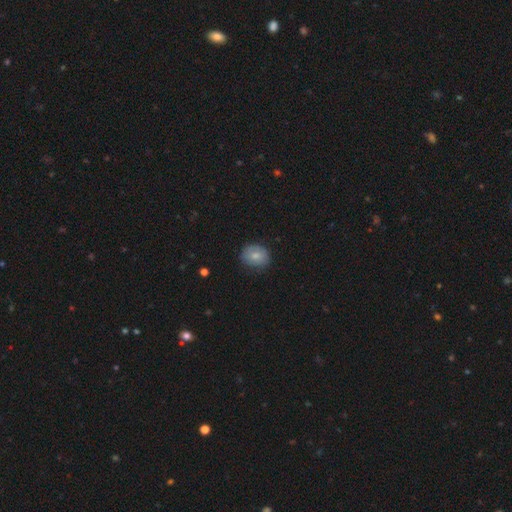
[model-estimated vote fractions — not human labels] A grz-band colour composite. It shows a smooth galaxy with no disk features (72%) that is round (58%). Merging: none (75%).